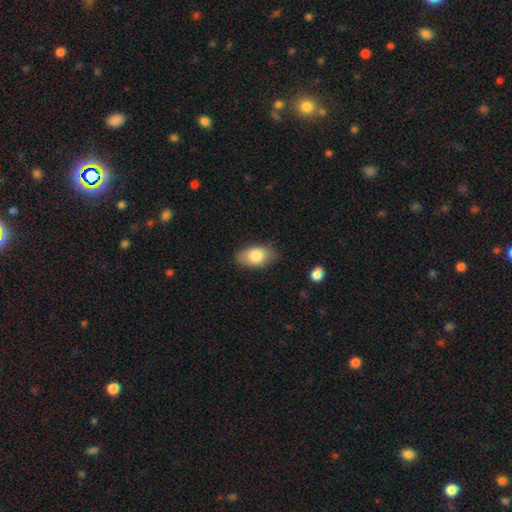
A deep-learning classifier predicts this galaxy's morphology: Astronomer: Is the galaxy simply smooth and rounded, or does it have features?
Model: smooth — 82%.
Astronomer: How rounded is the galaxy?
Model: in between — 92%.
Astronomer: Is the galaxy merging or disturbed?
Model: none — 79%.